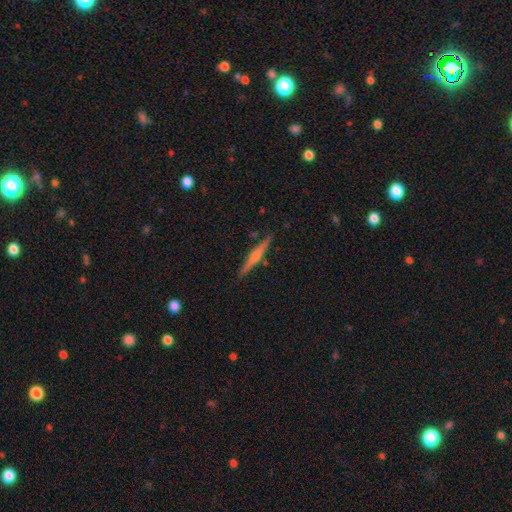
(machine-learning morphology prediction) Q: Smooth or featured?
A: featured or disk (72%); runner-up: smooth (22%)
Q: Edge-on disk?
A: yes (98%); runner-up: no (2%)
Q: Edge-on bulge?
A: rounded (80%); runner-up: none (11%)
Q: Merging?
A: none (90%); runner-up: minor disturbance (7%)